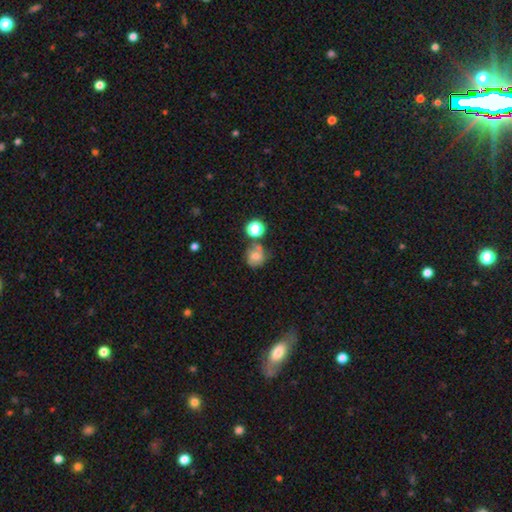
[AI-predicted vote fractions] Morphology: type=smooth (58%); roundness=round (80%); merging=none (57%).